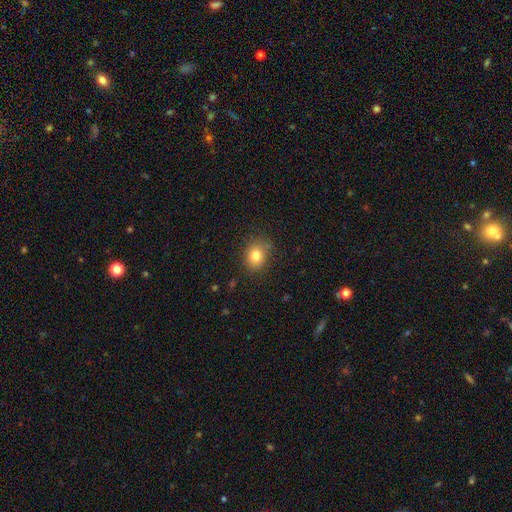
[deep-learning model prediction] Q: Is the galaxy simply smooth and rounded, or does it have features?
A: smooth — 80%.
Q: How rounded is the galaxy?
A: round — 57%.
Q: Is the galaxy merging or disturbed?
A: none — 80%.